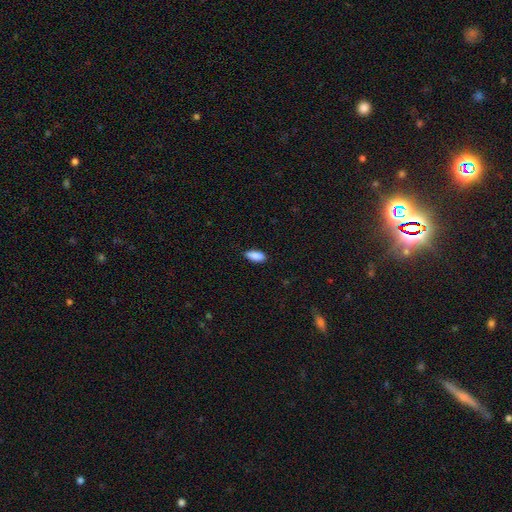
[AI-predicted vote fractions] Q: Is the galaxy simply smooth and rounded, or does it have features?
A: smooth — 90%.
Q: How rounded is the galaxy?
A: in between — 87%.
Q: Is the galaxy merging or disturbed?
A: none — 85%.